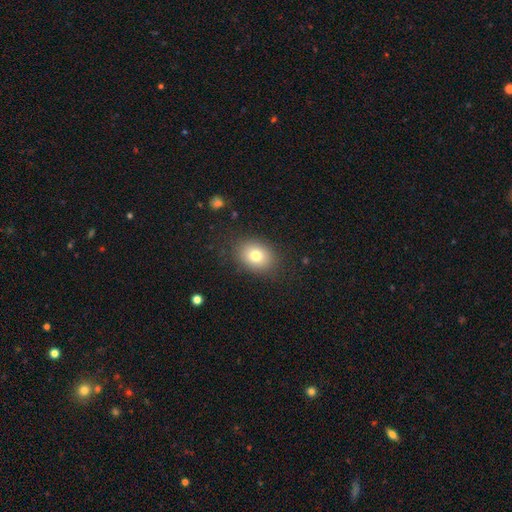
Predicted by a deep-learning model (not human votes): Morphology: type=smooth (77%); roundness=in between (58%); merging=none (85%).